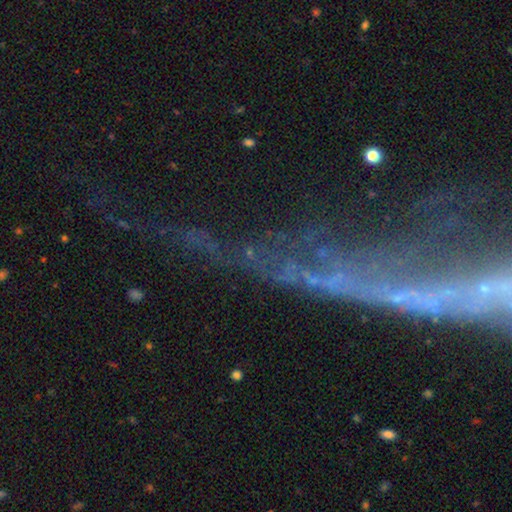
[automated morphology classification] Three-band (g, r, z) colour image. It shows a featured or disk galaxy (42%). Merging: none (41%).